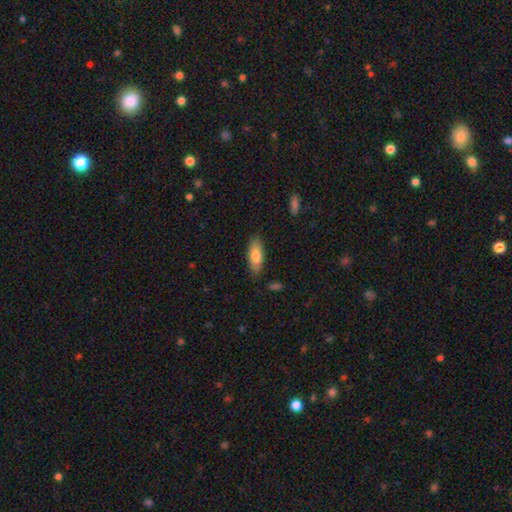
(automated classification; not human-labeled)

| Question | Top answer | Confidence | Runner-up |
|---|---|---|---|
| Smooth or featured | smooth | 77% | featured or disk (17%) |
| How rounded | in between | 69% | cigar-shaped (29%) |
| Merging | none | 84% | minor disturbance (12%) |